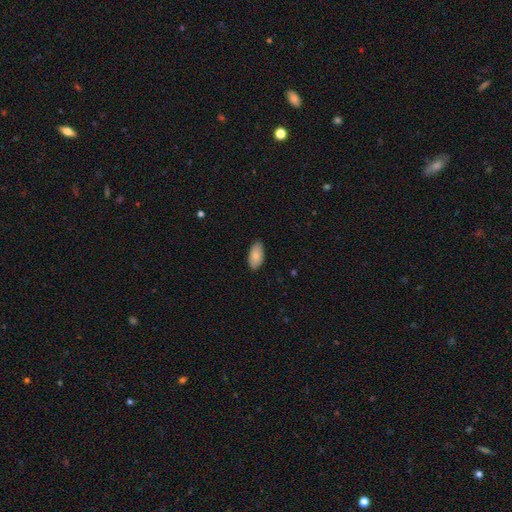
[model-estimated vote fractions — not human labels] smooth_or_featured: smooth (p=0.85) [alt: featured or disk p=0.09]
how_rounded: in between (p=0.95) [alt: cigar-shaped p=0.03]
merging: none (p=0.87) [alt: minor disturbance p=0.10]